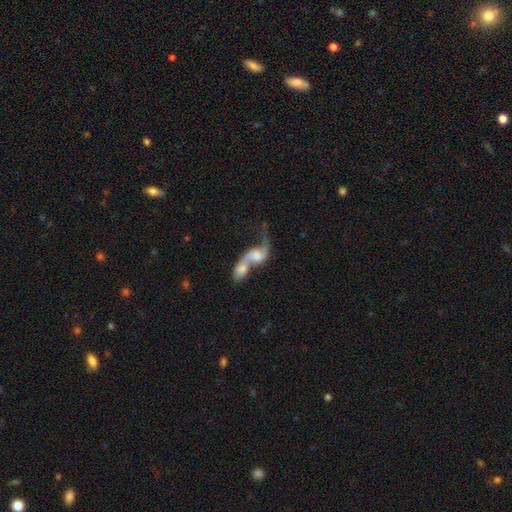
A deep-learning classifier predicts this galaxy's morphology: This is likely a featured or disk galaxy (66%). It is clearly not viewed edge-on (94%). Bar: likely no (62%). Spiral arm pattern: likely yes (80%). Central bulge: marginally moderate (34%). Merging: likely merger (75%).